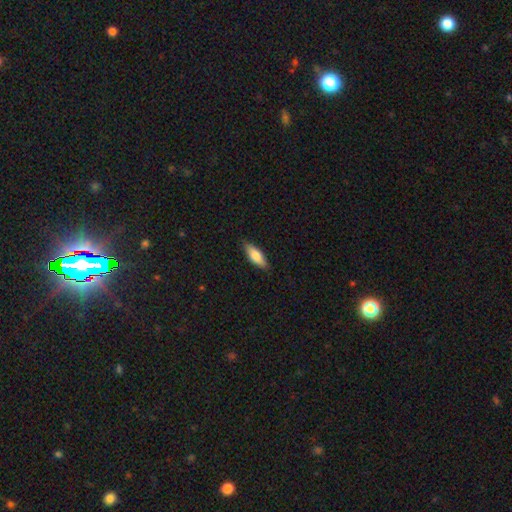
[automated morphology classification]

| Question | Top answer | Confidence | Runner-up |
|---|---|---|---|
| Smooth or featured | smooth | 73% | featured or disk (21%) |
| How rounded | in between | 64% | cigar-shaped (34%) |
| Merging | none | 85% | minor disturbance (12%) |